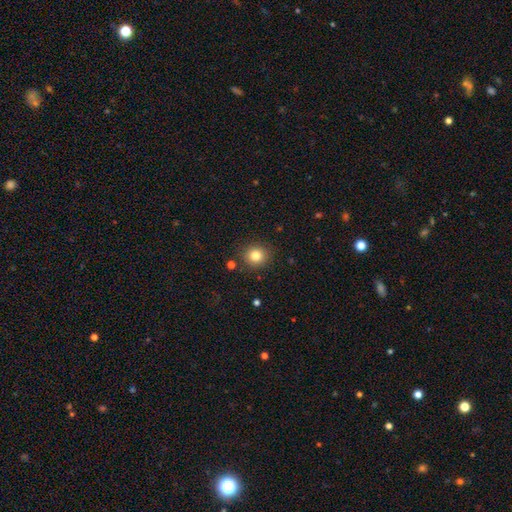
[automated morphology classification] Q: Smooth or featured?
A: smooth (81%); runner-up: star or artifact (12%)
Q: How rounded?
A: round (88%); runner-up: in between (11%)
Q: Merging?
A: none (88%); runner-up: minor disturbance (8%)